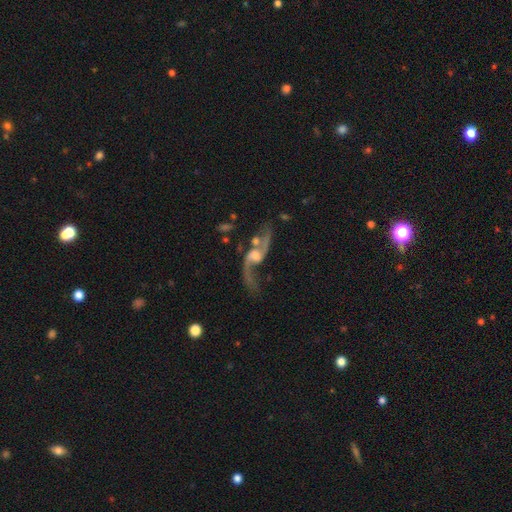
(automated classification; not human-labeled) Smooth or featured?
  - featured or disk: 89% *
  - smooth: 6%
  - star or artifact: 5%
Edge-on disk?
  - no: 94% *
  - yes: 6%
Bar?
  - no: 51% *
  - weak: 39%
  - strong: 10%
Spiral arms?
  - yes: 95% *
  - no: 5%
Spiral winding?
  - loose: 87% *
  - medium: 10%
  - tight: 2%
Spiral arm count?
  - 2: 91% *
  - 1: 4%
  - can't tell: 2%
  - 3: 1%
  - 4: 1%
  - more than 4: 1%
Bulge size?
  - moderate: 48% *
  - small: 35%
  - large: 8%
  - none: 8%
  - dominant: 2%
Merging?
  - none: 49% *
  - merger: 18%
  - major disturbance: 17%
  - minor disturbance: 16%